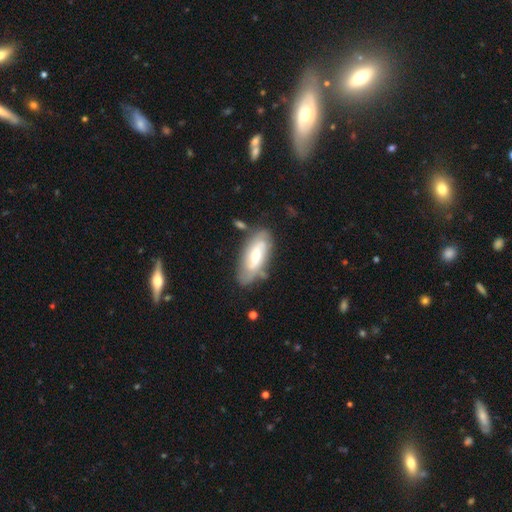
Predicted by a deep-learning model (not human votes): Q: Smooth or featured?
A: featured or disk (57%); runner-up: smooth (37%)
Q: Edge-on disk?
A: no (87%); runner-up: yes (13%)
Q: Merging?
A: none (65%); runner-up: minor disturbance (22%)